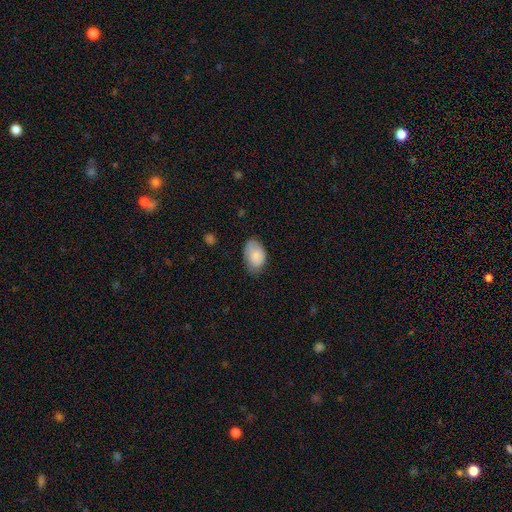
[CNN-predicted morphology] Smooth or featured? smooth (81%)
How rounded? in between (89%)
Merging? none (61%)